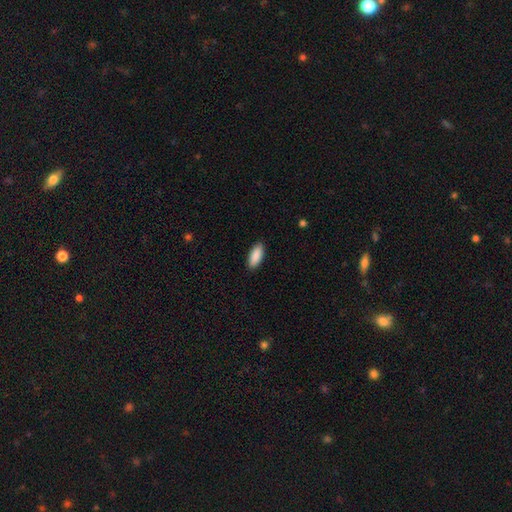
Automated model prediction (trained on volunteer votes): smooth_or_featured: smooth (p=0.90) [alt: star or artifact p=0.06]
how_rounded: in between (p=0.82) [alt: cigar-shaped p=0.17]
merging: none (p=0.90) [alt: minor disturbance p=0.08]